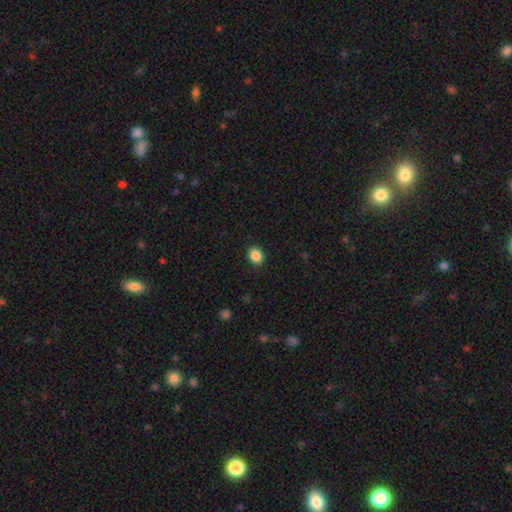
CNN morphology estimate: A smooth galaxy with no disk features (87%) that is round (59%). Merging: none (90%).